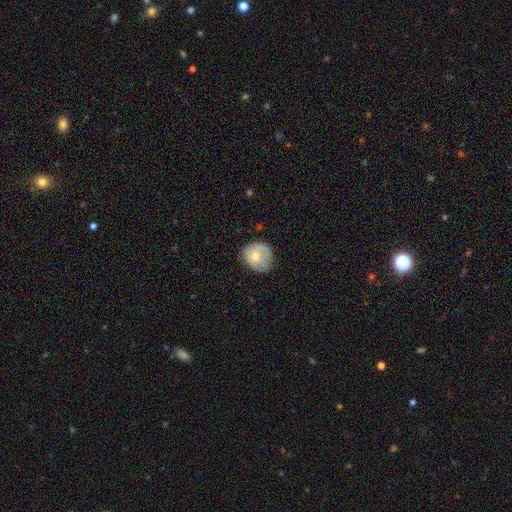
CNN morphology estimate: This appears to be a smooth galaxy with no disk features (59%) that is round (72%). Merging: none (53%).